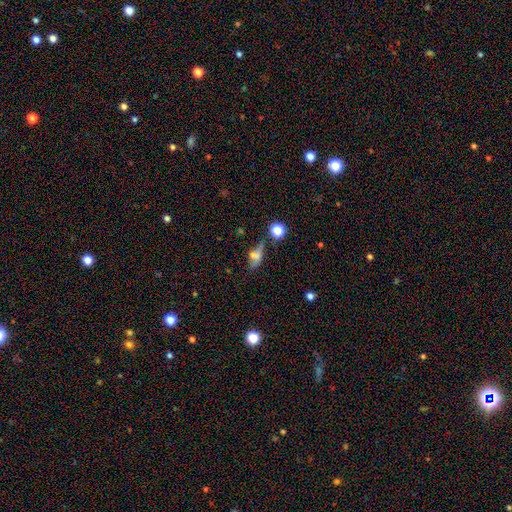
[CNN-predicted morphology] Smooth or featured: smooth — 53% (featured or disk — 30%)
How rounded: in between — 59% (cigar-shaped — 25%)
Merging: none — 49% (minor disturbance — 22%)